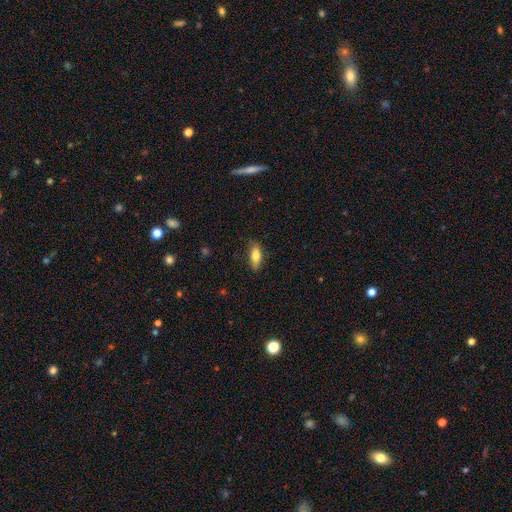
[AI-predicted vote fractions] A smooth galaxy with no disk features (75%) that is in between round and cigar-shaped (72%). Merging: none (82%).